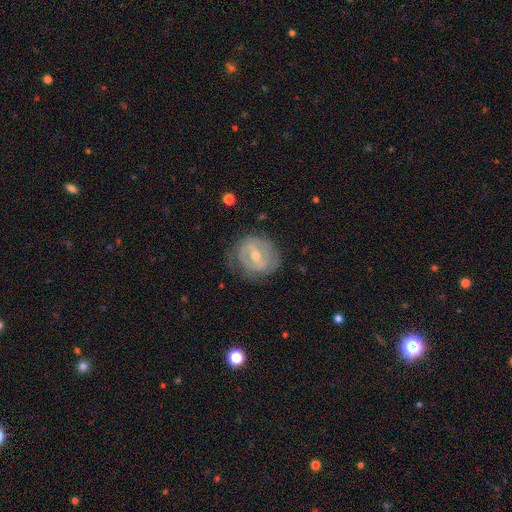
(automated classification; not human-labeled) A featured or disk galaxy (74%) with a weak bar (46%), spiral arms (63%) and a moderate central bulge (59%). Merging: none (73%).